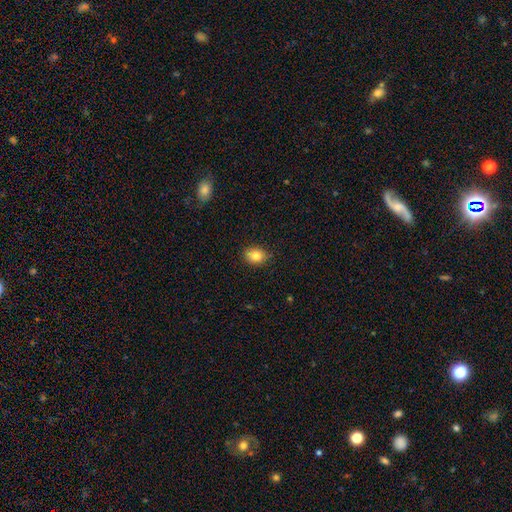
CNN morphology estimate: A smooth galaxy with no disk features (82%) that is in between round and cigar-shaped (54%). Merging: none (84%).